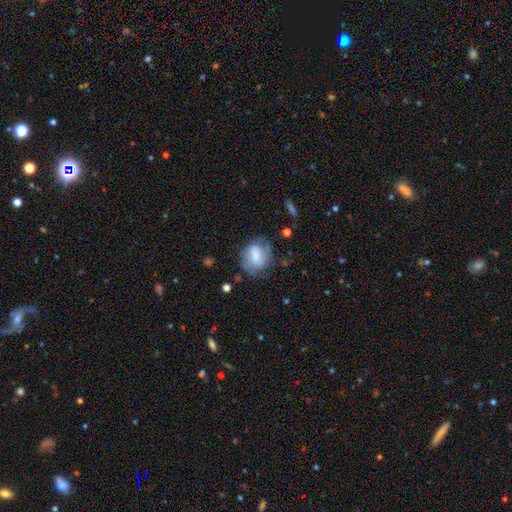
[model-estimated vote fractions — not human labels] This appears to be a smooth galaxy with no disk features (51%) that is round (55%). Merging: none (58%).